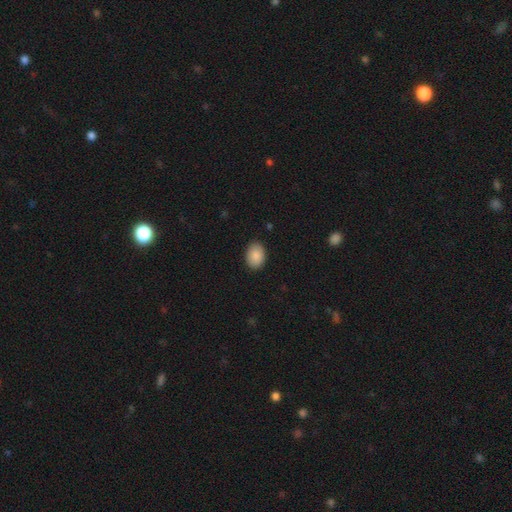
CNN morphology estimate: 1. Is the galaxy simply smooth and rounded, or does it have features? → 89% smooth, 7% star or artifact, 5% featured or disk.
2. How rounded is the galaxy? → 78% in between, 21% round, 1% cigar-shaped.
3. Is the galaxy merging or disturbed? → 89% none, 8% minor disturbance, 2% major disturbance, 1% merger.